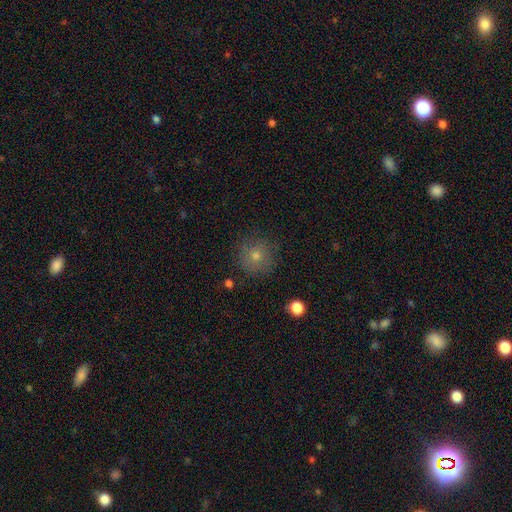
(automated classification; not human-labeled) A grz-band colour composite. It shows a smooth galaxy with no disk features (69%) that is round (94%). Merging: none (85%).